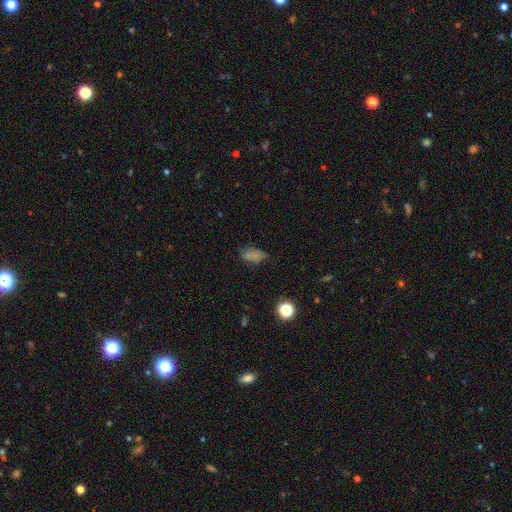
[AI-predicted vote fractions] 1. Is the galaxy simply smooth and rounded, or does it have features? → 62% smooth, 24% star or artifact, 14% featured or disk.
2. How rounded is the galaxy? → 81% in between, 13% round, 6% cigar-shaped.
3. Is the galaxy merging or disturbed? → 60% none, 23% minor disturbance, 11% major disturbance, 5% merger.